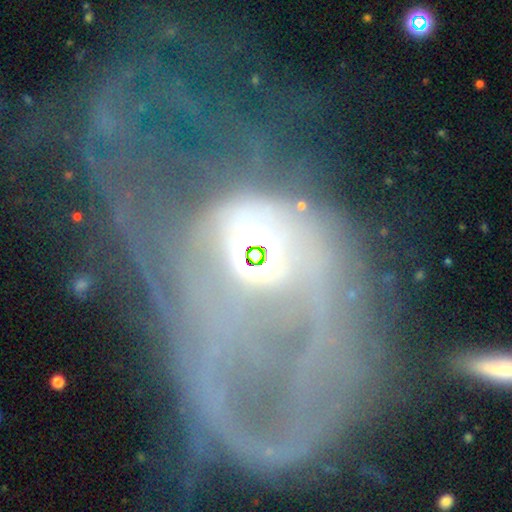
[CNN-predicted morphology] Q: Smooth or featured?
A: featured or disk (62%); runner-up: star or artifact (20%)
Q: Edge-on disk?
A: no (93%); runner-up: yes (7%)
Q: Bar?
A: no (50%); runner-up: strong (25%)
Q: Spiral arms?
A: yes (61%); runner-up: no (39%)
Q: Bulge size?
A: moderate (52%); runner-up: small (22%)
Q: Merging?
A: none (44%); runner-up: major disturbance (29%)